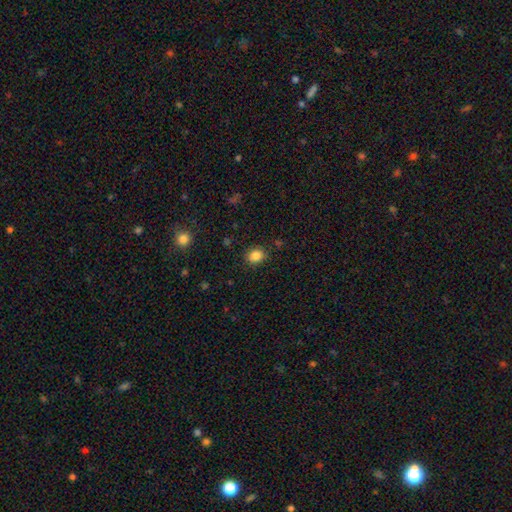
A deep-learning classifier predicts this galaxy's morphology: A smooth galaxy with no disk features (85%) that is round (58%).

Vote fractions:
- Smooth or featured? smooth: 85% / star or artifact: 10% / featured or disk: 5%
- How rounded? round: 58% / in between: 41% / cigar-shaped: 1%
- Merging? none: 87% / minor disturbance: 9% / major disturbance: 3% / merger: 1%